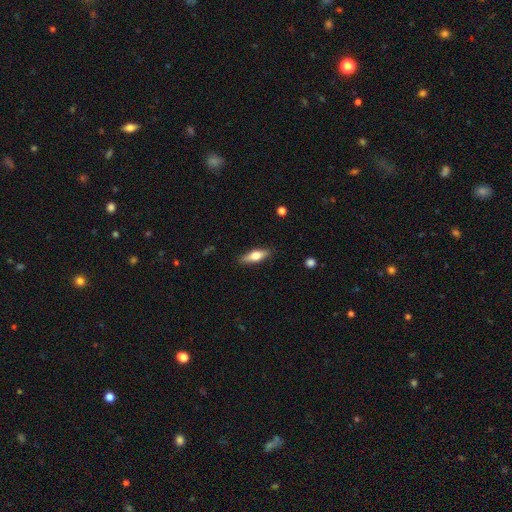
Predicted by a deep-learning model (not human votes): Smooth or featured? Predicted: smooth (p=0.62). How rounded? Predicted: in between (p=0.54). Merging? Predicted: none (p=0.87).